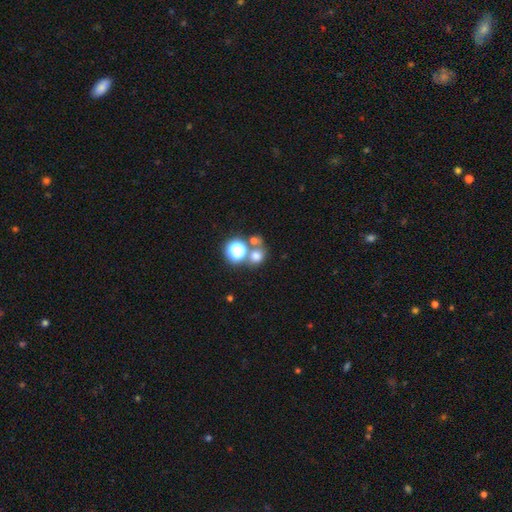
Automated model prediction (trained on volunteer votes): Q: Smooth or featured?
A: smooth (67%); runner-up: star or artifact (24%)
Q: How rounded?
A: round (79%); runner-up: in between (20%)
Q: Merging?
A: none (53%); runner-up: merger (33%)